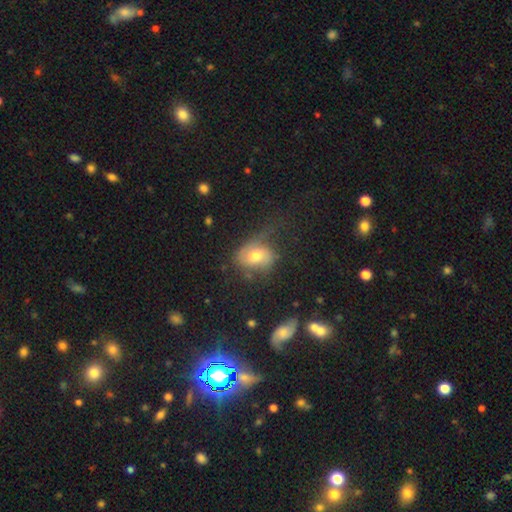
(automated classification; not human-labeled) Q: Smooth or featured?
A: smooth (52%); runner-up: featured or disk (38%)
Q: How rounded?
A: in between (61%); runner-up: round (37%)
Q: Merging?
A: none (39%); runner-up: major disturbance (29%)